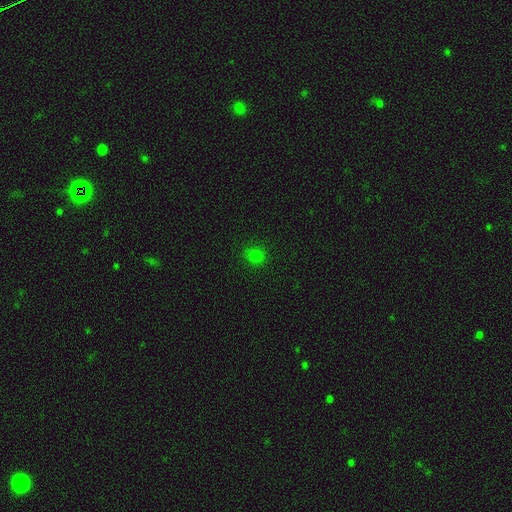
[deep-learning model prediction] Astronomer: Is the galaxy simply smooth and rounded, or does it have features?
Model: smooth — 76%.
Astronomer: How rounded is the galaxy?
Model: round — 89%.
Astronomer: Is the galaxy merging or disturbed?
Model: none — 88%.